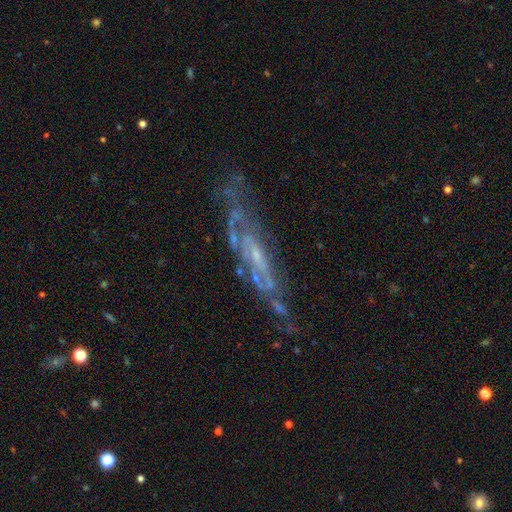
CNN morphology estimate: This is likely a featured or disk galaxy (74%). It is possibly not viewed edge-on (58%). Merging: likely none (61%).